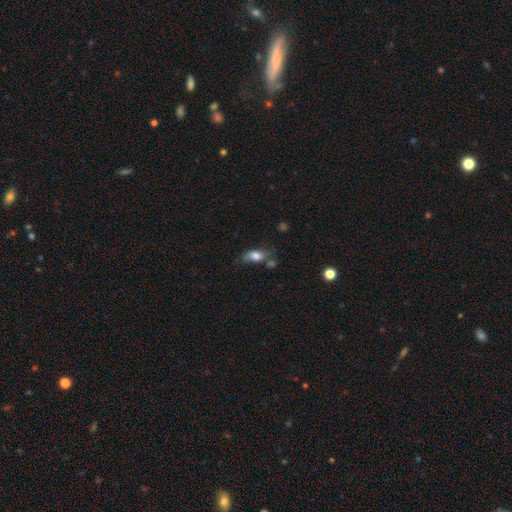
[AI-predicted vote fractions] smooth 74%, featured or disk 17%, star or artifact 9%. Down the decision tree: how rounded — in between (82%); merging — none (51%).